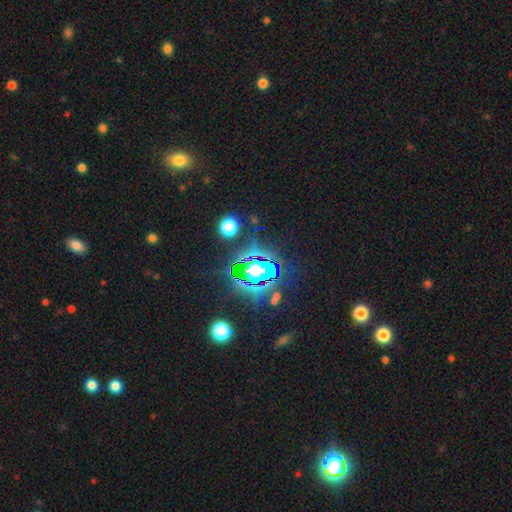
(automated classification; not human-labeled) This is clearly a star or artifact rather than a galaxy (83%).